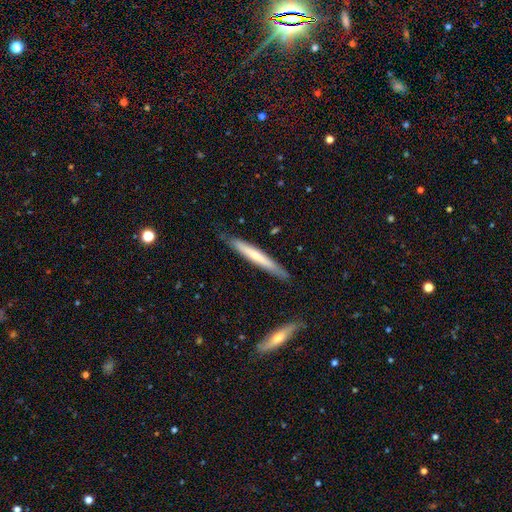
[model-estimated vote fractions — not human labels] A smooth galaxy with no disk features (53%) that is cigar-shaped (95%).

Vote fractions:
- Smooth or featured? smooth: 53% / featured or disk: 42% / star or artifact: 5%
- How rounded? cigar-shaped: 95% / in between: 4% / round: 1%
- Merging? none: 82% / minor disturbance: 14% / major disturbance: 2% / merger: 2%